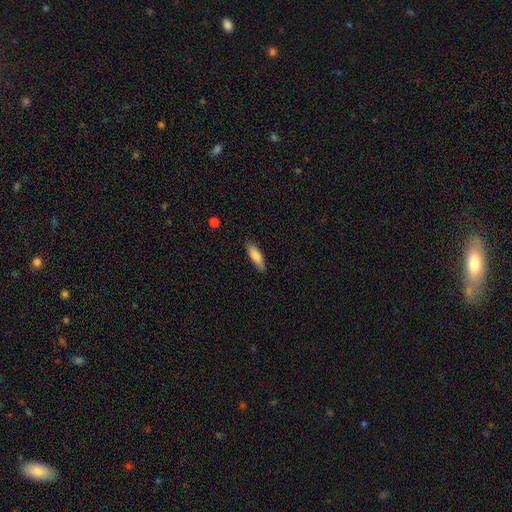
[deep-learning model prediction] Morphology: type=smooth (82%); roundness=in between (51%); merging=none (82%).